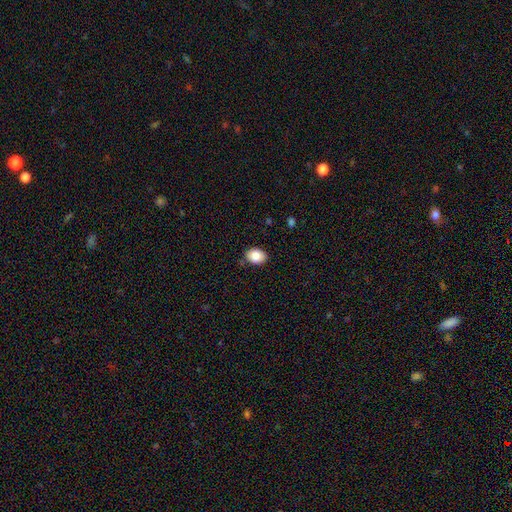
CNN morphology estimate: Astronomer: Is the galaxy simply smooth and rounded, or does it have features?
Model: smooth — 86%.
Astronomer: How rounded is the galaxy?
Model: in between — 69%.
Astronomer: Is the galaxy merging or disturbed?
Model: none — 83%.